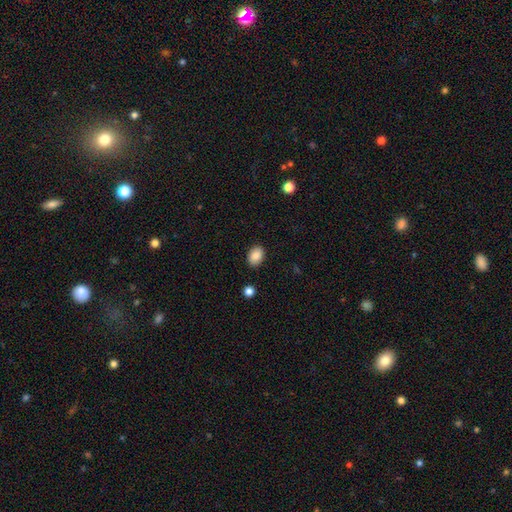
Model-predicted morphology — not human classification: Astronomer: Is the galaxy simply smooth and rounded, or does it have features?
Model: smooth — 87%.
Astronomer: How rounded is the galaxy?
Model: in between — 77%.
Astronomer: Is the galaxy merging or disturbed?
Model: none — 88%.